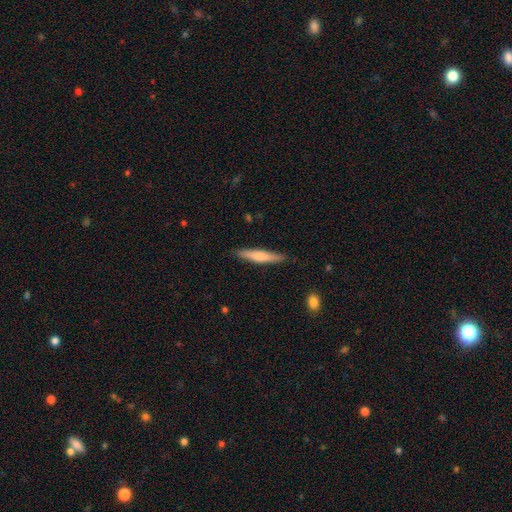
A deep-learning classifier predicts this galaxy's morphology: Overall: smooth (59%; featured or disk 35%). How rounded: cigar-shaped (92%). Merging: none (89%).